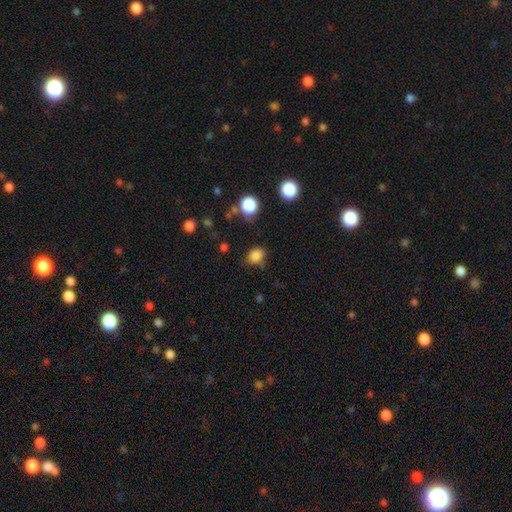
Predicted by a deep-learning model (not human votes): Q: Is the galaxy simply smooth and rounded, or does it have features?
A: smooth — 83%.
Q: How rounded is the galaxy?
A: in between — 58%.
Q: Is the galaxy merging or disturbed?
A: none — 69%.